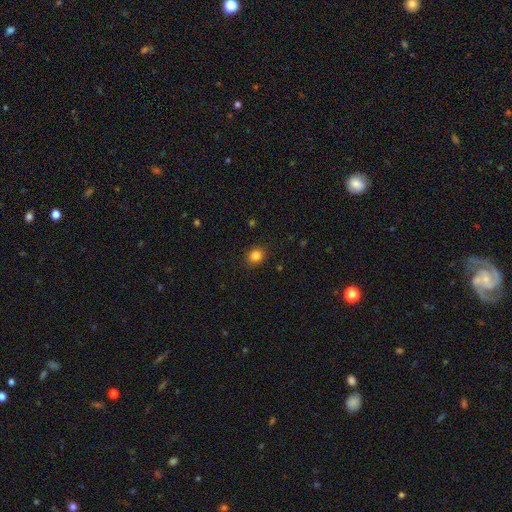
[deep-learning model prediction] Smooth or featured: smooth — 84% (star or artifact — 12%)
How rounded: round — 65% (in between — 34%)
Merging: none — 90% (minor disturbance — 7%)